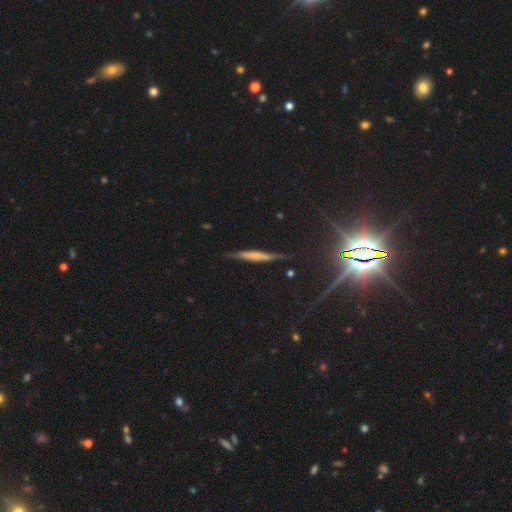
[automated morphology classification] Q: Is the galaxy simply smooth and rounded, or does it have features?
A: featured or disk — 48%.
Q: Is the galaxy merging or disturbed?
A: none — 76%.